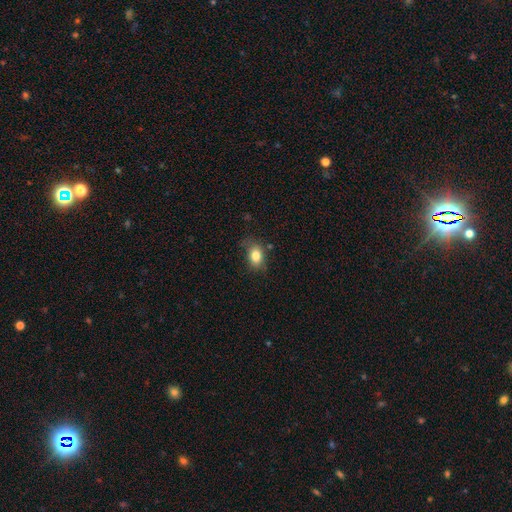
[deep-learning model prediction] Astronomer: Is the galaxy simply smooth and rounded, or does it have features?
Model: smooth — 82%.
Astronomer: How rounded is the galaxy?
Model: in between — 74%.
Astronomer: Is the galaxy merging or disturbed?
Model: none — 70%.